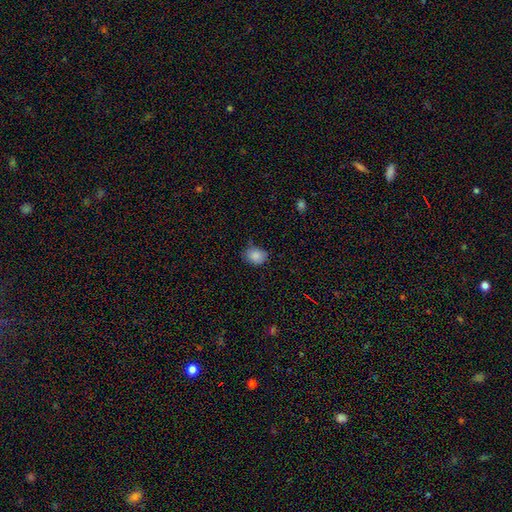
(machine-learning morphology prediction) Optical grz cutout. It shows a smooth galaxy with no disk features (86%) that is in between round and cigar-shaped (51%). Merging: none (73%).